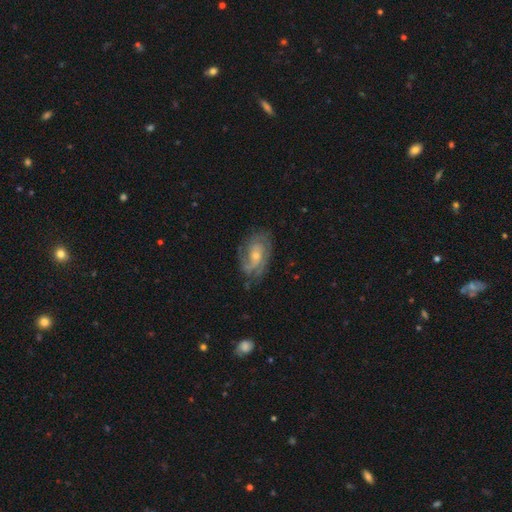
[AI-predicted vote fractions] This is clearly a featured or disk galaxy (80%). It is clearly not viewed edge-on (96%). Bar: likely no (61%). Spiral arm pattern: clearly yes (94%). Spiral arm count: marginally 2 (44%). Spiral winding: possibly tight (48%). Central bulge: possibly small (52%). Merging: likely none (72%).